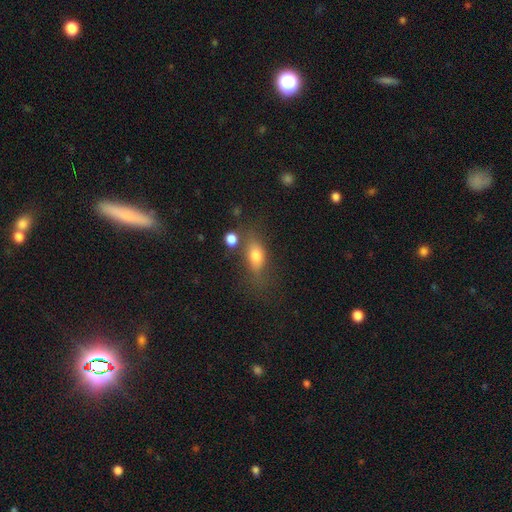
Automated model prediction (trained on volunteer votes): Morphology: type=smooth (73%); roundness=in between (74%); merging=none (56%).